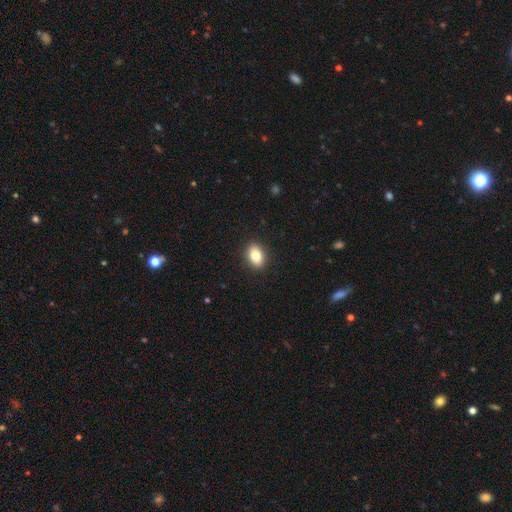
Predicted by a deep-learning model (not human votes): A smooth galaxy with no disk features (81%) that is in between round and cigar-shaped (71%).

Vote fractions:
- Smooth or featured? smooth: 81% / featured or disk: 10% / star or artifact: 9%
- How rounded? in between: 71% / round: 28% / cigar-shaped: 1%
- Merging? none: 91% / minor disturbance: 7% / major disturbance: 2% / merger: 1%